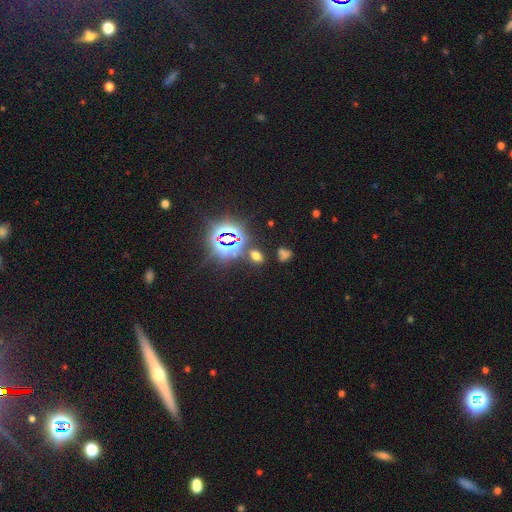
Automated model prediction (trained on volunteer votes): Overall: star or artifact (46%, tied with smooth).